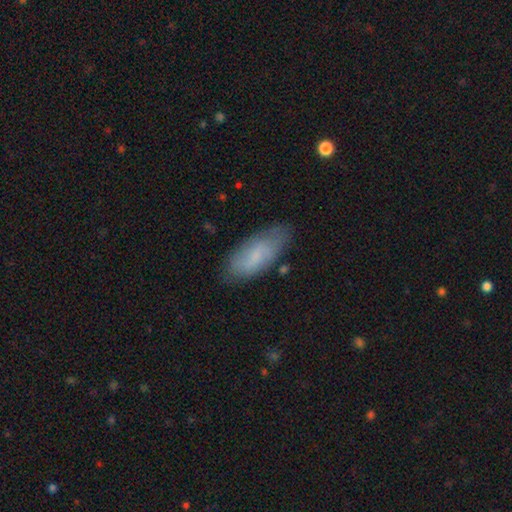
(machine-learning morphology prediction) A smooth galaxy with no disk features (68%) that is in between round and cigar-shaped (81%).

Vote fractions:
- Smooth or featured? smooth: 68% / featured or disk: 25% / star or artifact: 7%
- How rounded? in between: 81% / cigar-shaped: 17% / round: 2%
- Merging? none: 73% / minor disturbance: 20% / major disturbance: 5% / merger: 2%